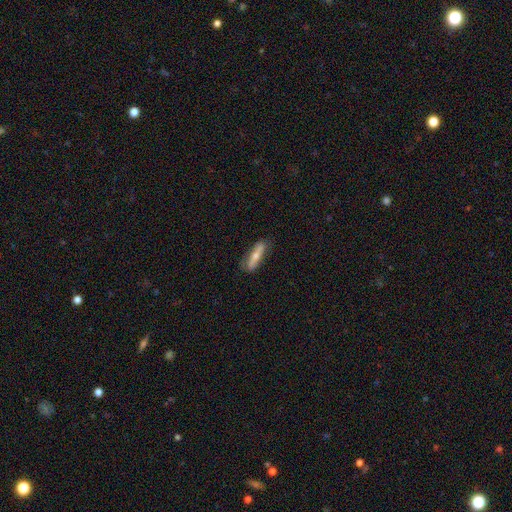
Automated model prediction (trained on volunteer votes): This appears to be a smooth galaxy with no disk features (50%) that is cigar-shaped (66%). Merging: none (79%).